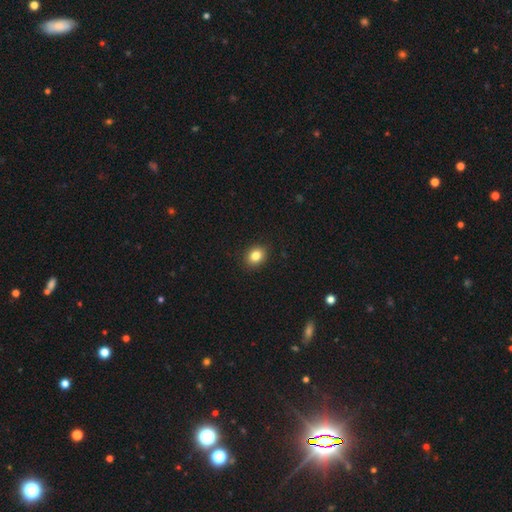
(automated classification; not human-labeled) A smooth galaxy with no disk features (84%) that is round (50%). Merging: none (90%).